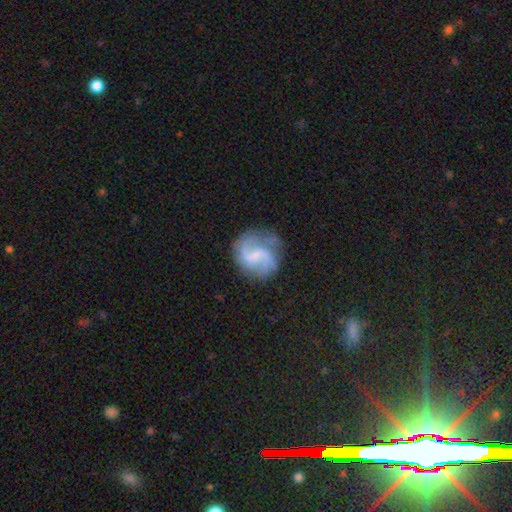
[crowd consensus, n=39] smooth-or-featured: featured or disk: 69% | smooth: 23% | star or artifact: 8%
  disk-edge-on: no: 100% | yes: 0%
    bar: weak: 56% | no: 33% | strong: 11%
    has-spiral-arms: yes: 93% | no: 7%
      spiral-winding: loose: 52% | medium: 48% | tight: 0%
      spiral-arm-count: 2: 88% | 3: 8% | can't tell: 4% | 1: 0% | 4: 0% | more than 4: 0%
    bulge-size: small: 56% | none: 30% | moderate: 7% | dominant: 4% | large: 4%
  merging: none: 67% | minor disturbance: 17% | major disturbance: 17% | merger: 0%